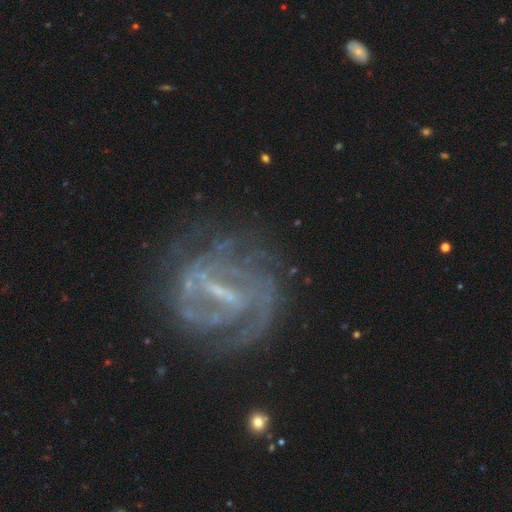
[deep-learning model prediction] A featured or disk galaxy (85%) with a strong bar (52%), tight (55%) spiral arms (88%) and a small central bulge (49%).

Vote fractions:
- Smooth or featured? featured or disk: 85% / star or artifact: 8% / smooth: 7%
- Edge-on disk? no: 97% / yes: 3%
- Bar? strong: 52% / weak: 37% / no: 11%
- Spiral arms? yes: 88% / no: 12%
- Spiral winding? tight: 55% / medium: 34% / loose: 12%
- Spiral arm count? can't tell: 38% / 2: 28% / 3: 14% / 4: 8% / 1: 7% / more than 4: 6%
- Bulge size? small: 49% / none: 32% / moderate: 16% / large: 2% / dominant: 1%
- Merging? none: 66% / minor disturbance: 16% / major disturbance: 15% / merger: 3%